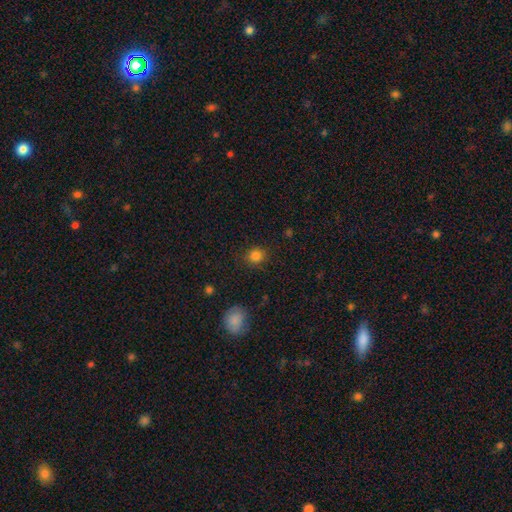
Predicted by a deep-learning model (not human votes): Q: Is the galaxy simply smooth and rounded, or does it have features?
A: smooth — 83%.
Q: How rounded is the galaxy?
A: round — 85%.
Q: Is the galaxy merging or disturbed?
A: none — 87%.